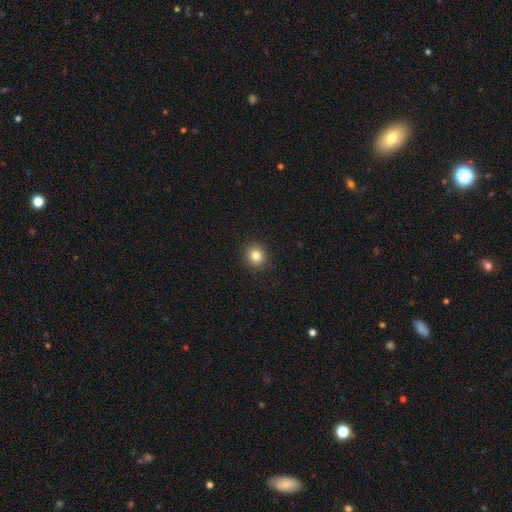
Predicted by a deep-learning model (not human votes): smooth_or_featured: smooth (p=0.83) [alt: star or artifact p=0.11]
how_rounded: round (p=0.89) [alt: in between p=0.10]
merging: none (p=0.92) [alt: minor disturbance p=0.05]